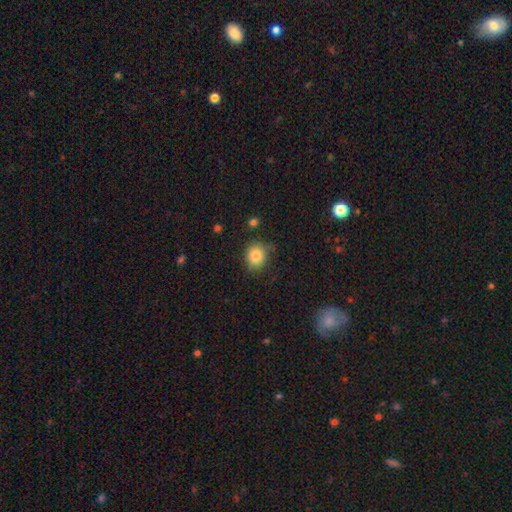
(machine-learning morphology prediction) smooth-or-featured: smooth: 83% | star or artifact: 10% | featured or disk: 7%
  how-rounded: round: 75% | in between: 24% | cigar-shaped: 1%
  merging: none: 75% | minor disturbance: 18% | major disturbance: 4% | merger: 3%